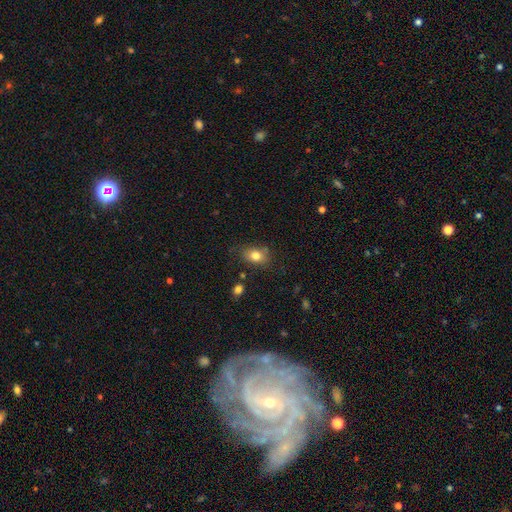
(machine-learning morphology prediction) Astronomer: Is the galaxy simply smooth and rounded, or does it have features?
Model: smooth — 80%.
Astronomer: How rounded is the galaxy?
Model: in between — 72%.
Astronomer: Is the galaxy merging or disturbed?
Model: none — 72%.